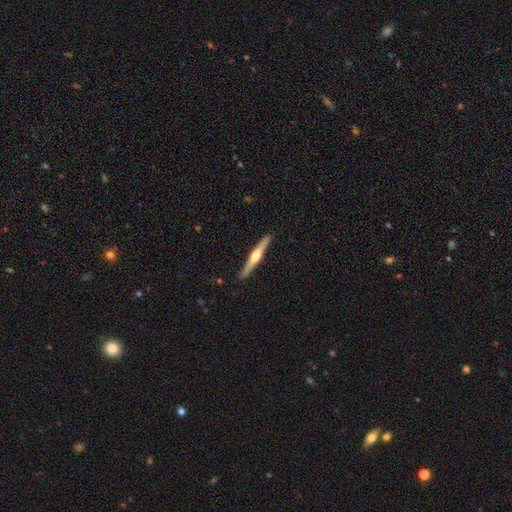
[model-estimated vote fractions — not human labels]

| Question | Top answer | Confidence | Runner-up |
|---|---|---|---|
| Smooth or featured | featured or disk | 71% | smooth (24%) |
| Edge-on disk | yes | 98% | no (2%) |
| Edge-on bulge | rounded | 93% | none (4%) |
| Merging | none | 90% | minor disturbance (7%) |